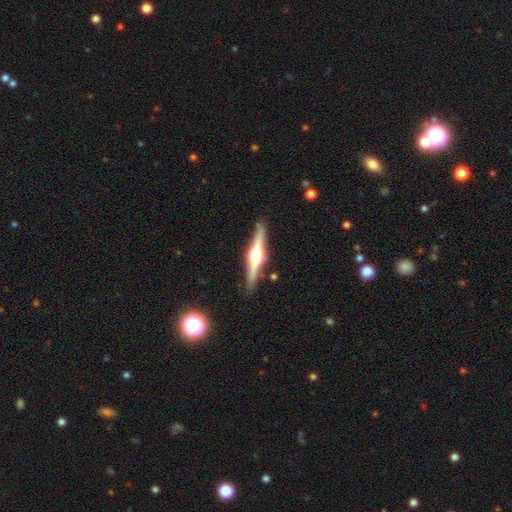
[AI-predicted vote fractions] The model was most divided on "smooth or featured": featured or disk: 75%, smooth: 20%, star or artifact: 5%. More confident: edge-on disk — yes (98%); edge-on bulge — rounded (93%); merging — none (87%).